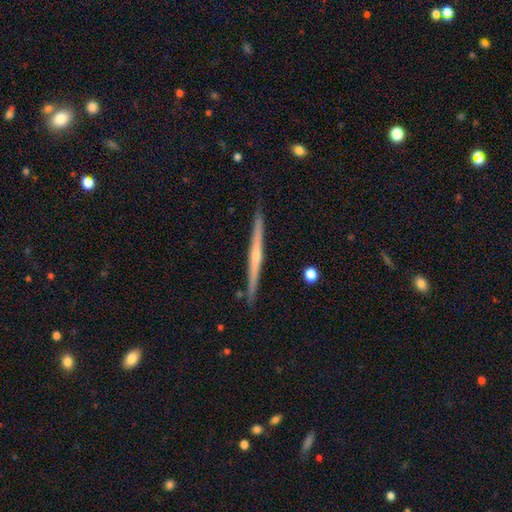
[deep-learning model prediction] A featured or disk galaxy (70%) viewed edge-on (98%) with a rounded central bulge (50%). Merging: none (90%).